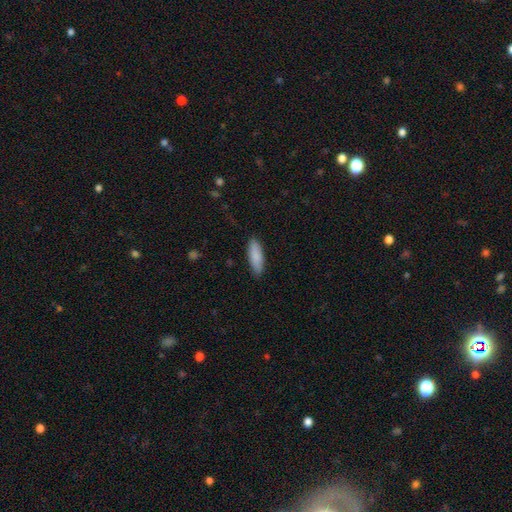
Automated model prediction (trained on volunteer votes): Smooth or featured? smooth (88%)
How rounded? in between (62%)
Merging? none (86%)